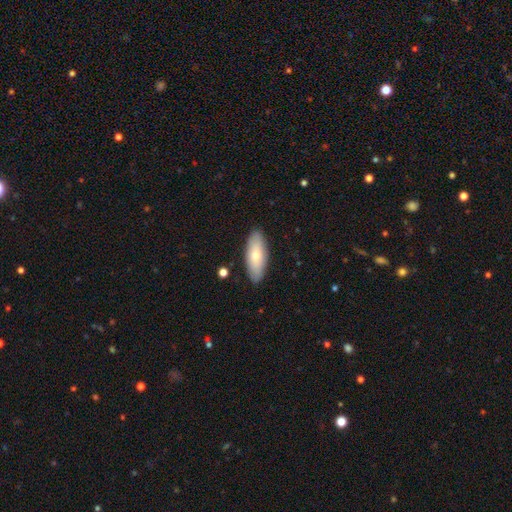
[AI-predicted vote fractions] Smooth or featured? Predicted: smooth (p=0.73). How rounded? Predicted: in between (p=0.79). Merging? Predicted: none (p=0.87).